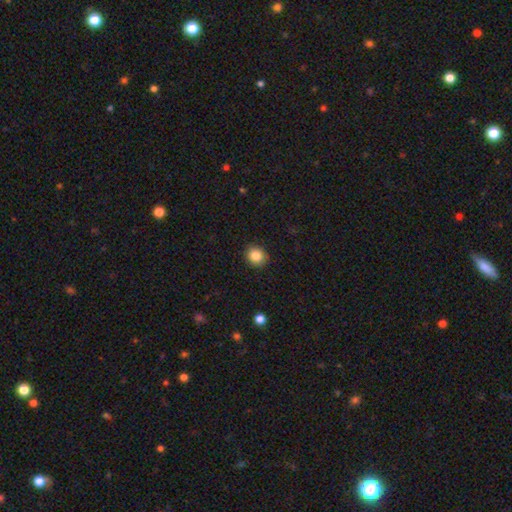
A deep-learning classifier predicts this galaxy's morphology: The model was most divided on "how rounded": round: 80%, in between: 19%, cigar-shaped: 1%. More confident: merging — none (90%); smooth or featured — smooth (85%).